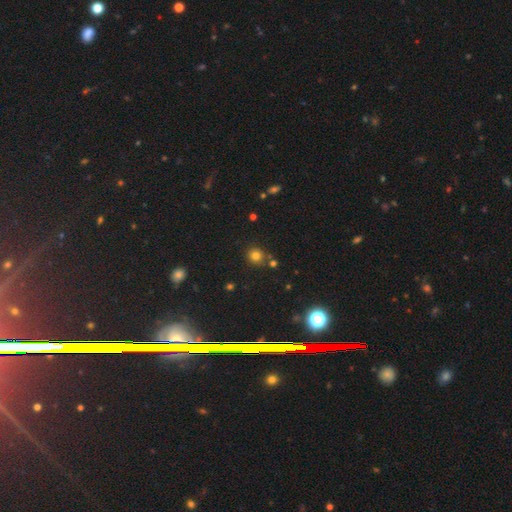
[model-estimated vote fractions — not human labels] smooth 75%, star or artifact 18%, featured or disk 7%. Down the decision tree: how rounded — round (90%); merging — none (78%).